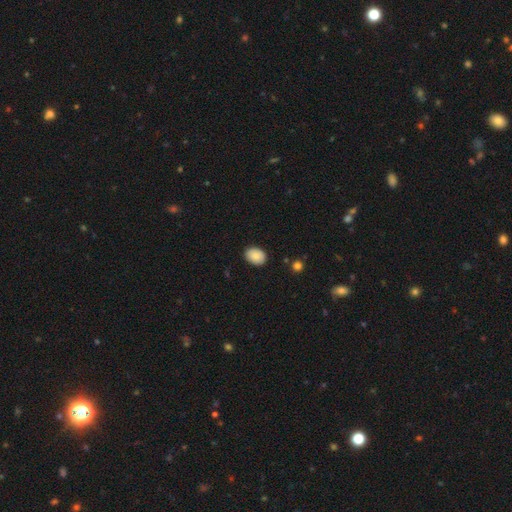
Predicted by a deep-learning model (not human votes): Smooth or featured? smooth (87%)
How rounded? in between (77%)
Merging? none (87%)